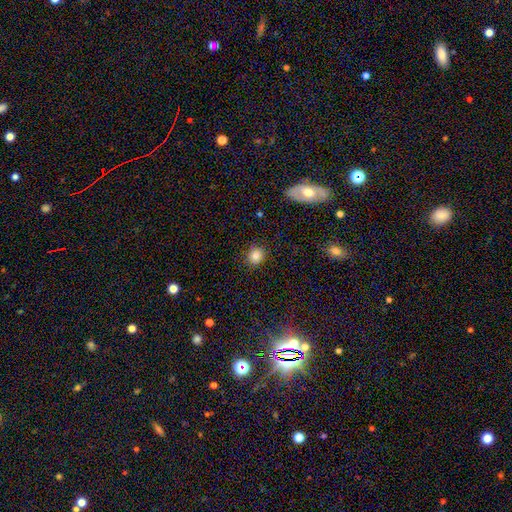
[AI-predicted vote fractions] Overall: smooth (83%). How rounded: round (79%). Merging: none (86%).